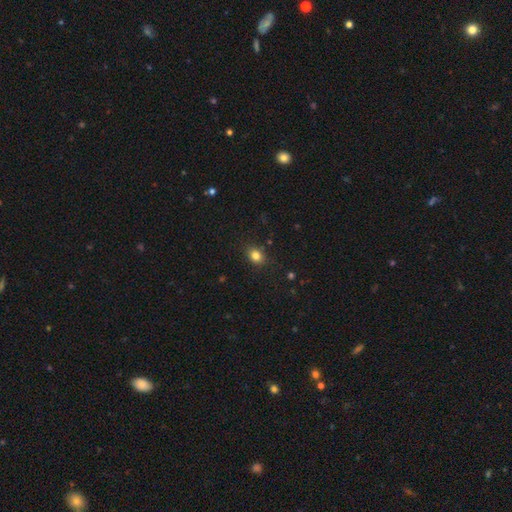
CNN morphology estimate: Q: Smooth or featured?
A: smooth (82%); runner-up: star or artifact (12%)
Q: How rounded?
A: in between (58%); runner-up: round (40%)
Q: Merging?
A: none (85%); runner-up: minor disturbance (11%)